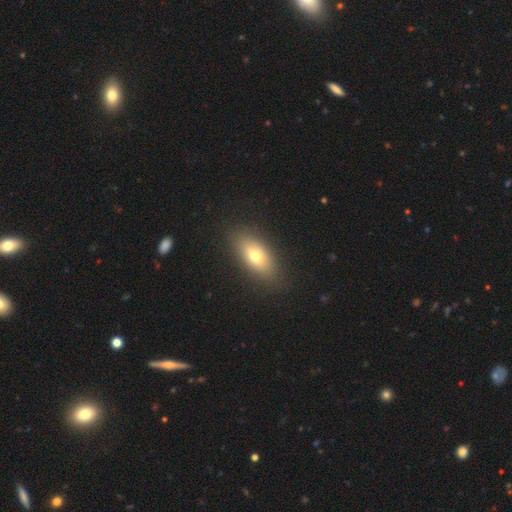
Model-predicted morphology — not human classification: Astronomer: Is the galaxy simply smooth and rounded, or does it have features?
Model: smooth — 70%.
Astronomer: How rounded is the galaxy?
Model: in between — 84%.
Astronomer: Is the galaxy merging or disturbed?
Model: none — 85%.